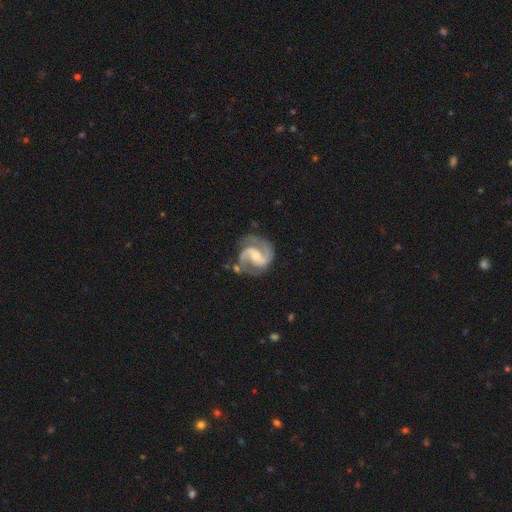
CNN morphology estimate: A featured or disk galaxy (92%) with a weak bar (46%), 2 (92%) medium (63%) spiral arms (98%) and a moderate central bulge (50%). Merging: none (73%).